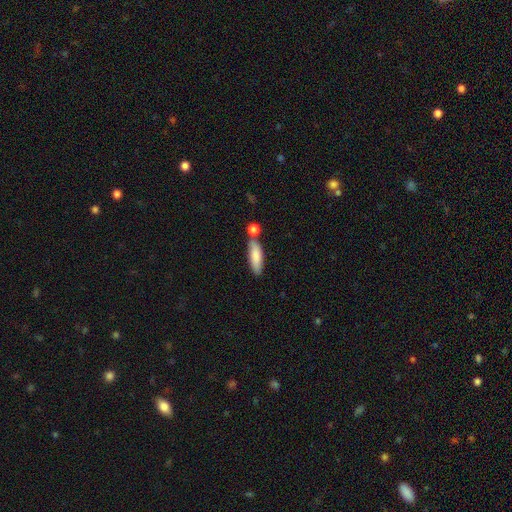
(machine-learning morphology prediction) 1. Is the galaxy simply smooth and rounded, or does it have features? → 81% smooth, 13% featured or disk, 6% star or artifact.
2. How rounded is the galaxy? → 53% cigar-shaped, 45% in between, 2% round.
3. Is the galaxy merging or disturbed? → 59% none, 22% merger, 15% minor disturbance, 4% major disturbance.